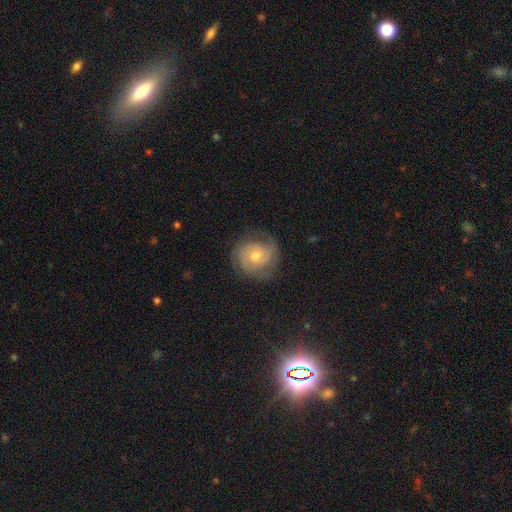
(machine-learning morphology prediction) Smooth or featured? Predicted: featured or disk (p=0.67). Edge-on disk? Predicted: no (p=0.98). Bar? Predicted: no (p=0.73). Spiral arms? Predicted: yes (p=0.88). Spiral winding? Predicted: tight (p=0.54). Spiral arm count? Predicted: 2 (p=0.54). Bulge size? Predicted: moderate (p=0.59). Merging? Predicted: none (p=0.71).